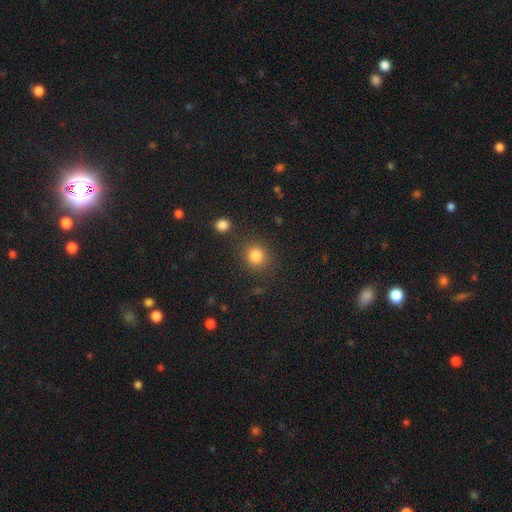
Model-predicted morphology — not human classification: smooth-or-featured: smooth: 83% | star or artifact: 12% | featured or disk: 5%
  how-rounded: round: 88% | in between: 11% | cigar-shaped: 1%
  merging: none: 85% | minor disturbance: 8% | merger: 4% | major disturbance: 3%